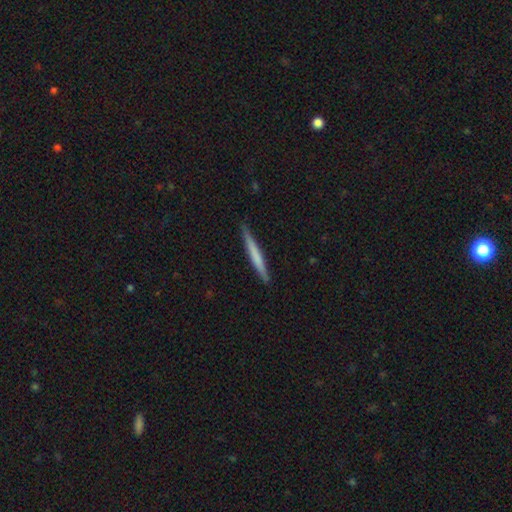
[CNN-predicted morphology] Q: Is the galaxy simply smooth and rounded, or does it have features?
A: smooth — 58%.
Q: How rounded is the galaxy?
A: cigar-shaped — 97%.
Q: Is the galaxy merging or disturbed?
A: none — 89%.